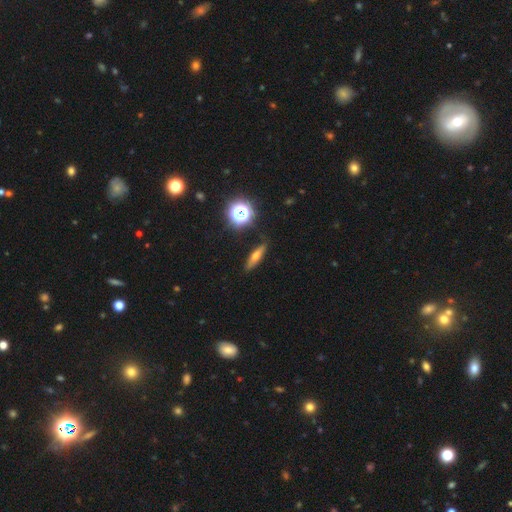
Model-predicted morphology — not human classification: Smooth or featured?
  - smooth: 50% *
  - featured or disk: 37%
  - star or artifact: 13%
Merging?
  - none: 86% *
  - minor disturbance: 10%
  - major disturbance: 2%
  - merger: 2%